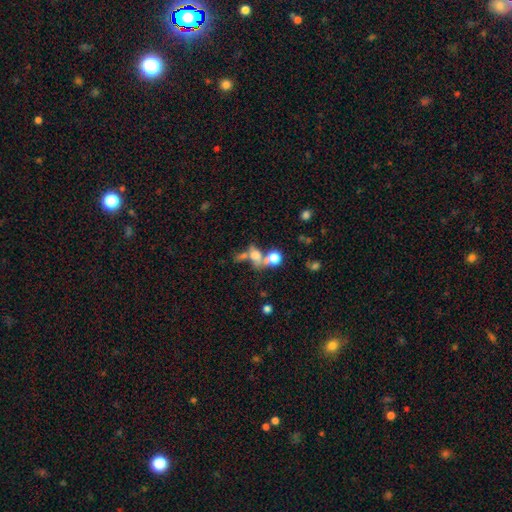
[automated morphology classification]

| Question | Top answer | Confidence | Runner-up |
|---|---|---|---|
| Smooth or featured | smooth | 56% | featured or disk (24%) |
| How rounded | in between | 52% | round (41%) |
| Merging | merger | 48% | none (29%) |